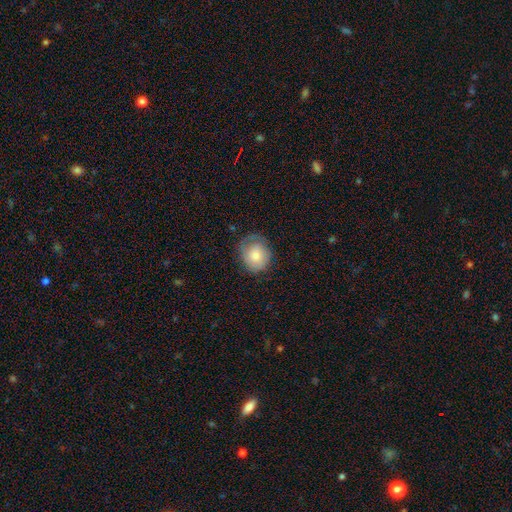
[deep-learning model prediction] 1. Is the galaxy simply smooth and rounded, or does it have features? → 73% smooth, 19% featured or disk, 7% star or artifact.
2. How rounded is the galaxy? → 65% round, 34% in between, 1% cigar-shaped.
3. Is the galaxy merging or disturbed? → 58% none, 29% minor disturbance, 12% major disturbance, 1% merger.